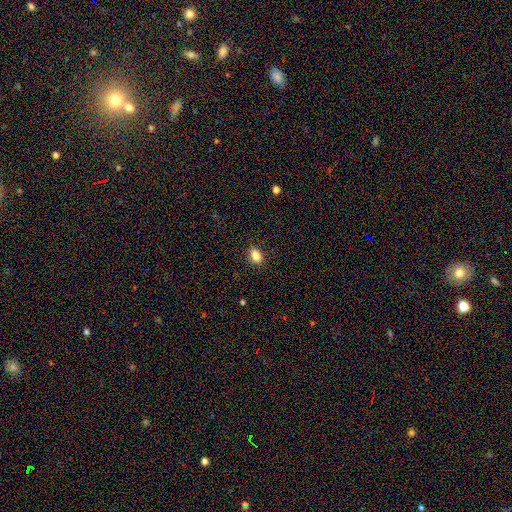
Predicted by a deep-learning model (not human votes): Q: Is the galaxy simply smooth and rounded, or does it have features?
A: smooth — 83%.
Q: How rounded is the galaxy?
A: in between — 79%.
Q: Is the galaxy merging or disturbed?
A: none — 87%.